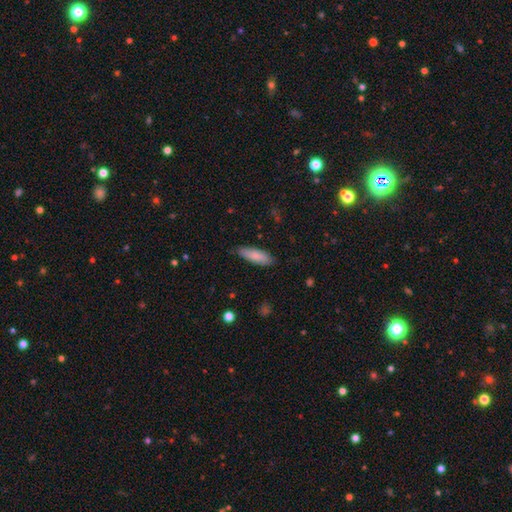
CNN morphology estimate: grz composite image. It shows a smooth galaxy with no disk features (82%) that is in between round and cigar-shaped (55%). Merging: none (82%).